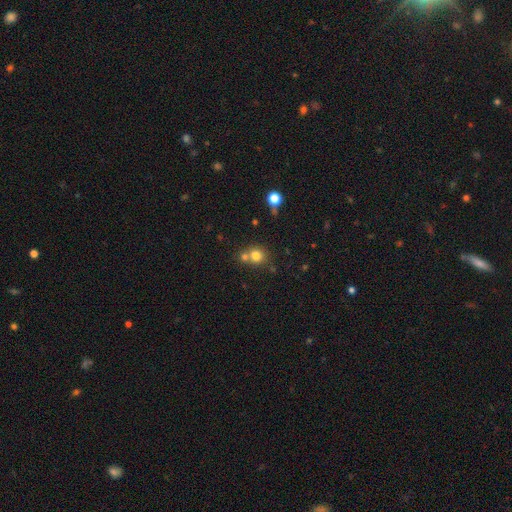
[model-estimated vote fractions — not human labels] smooth-or-featured: smooth: 77% | star or artifact: 13% | featured or disk: 10%
  how-rounded: round: 83% | in between: 16% | cigar-shaped: 1%
  merging: none: 50% | merger: 39% | minor disturbance: 8% | major disturbance: 3%